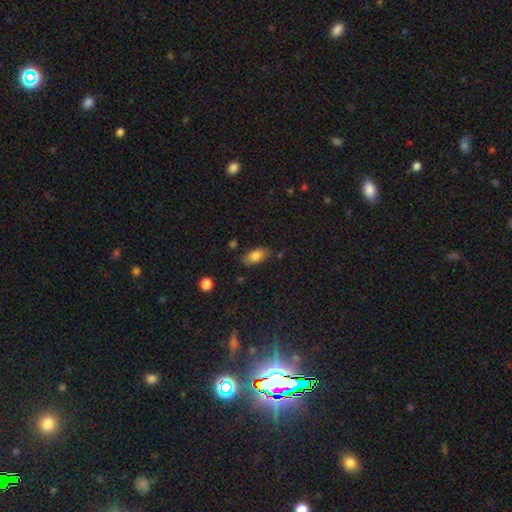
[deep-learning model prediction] Overall: smooth (81%). How rounded: in between (88%). Merging: none (77%).